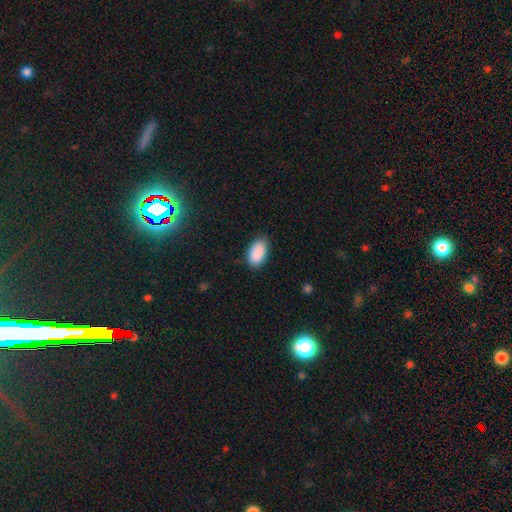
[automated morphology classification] Smooth or featured? smooth (90%)
How rounded? in between (94%)
Merging? none (81%)